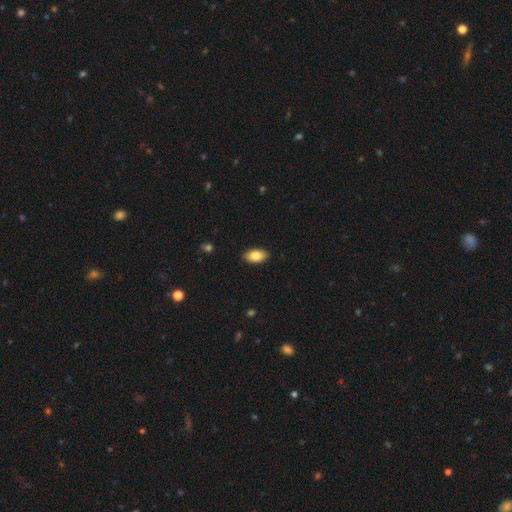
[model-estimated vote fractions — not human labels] This appears to be a smooth galaxy with no disk features (84%) that is in between round and cigar-shaped (93%). Merging: none (89%).